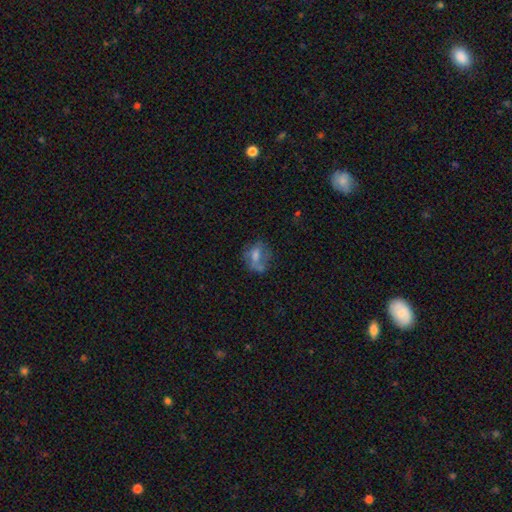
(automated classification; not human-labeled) smooth_or_featured: smooth (p=0.46) [alt: featured or disk p=0.39]
merging: none (p=0.49) [alt: minor disturbance p=0.24]